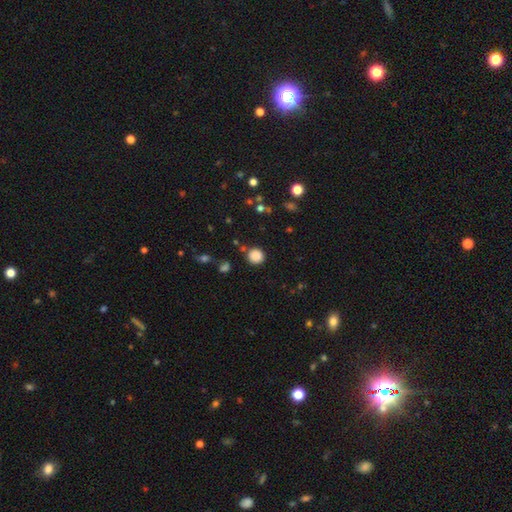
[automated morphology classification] Overall: smooth (85%). How rounded: round (91%). Merging: none (85%).